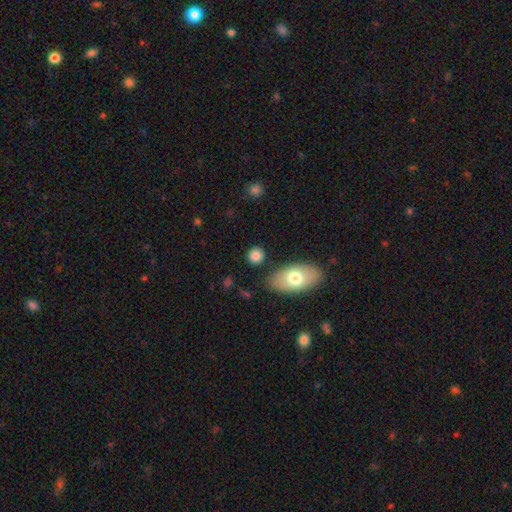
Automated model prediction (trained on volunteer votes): Smooth or featured? smooth (82%)
How rounded? round (74%)
Merging? none (83%)